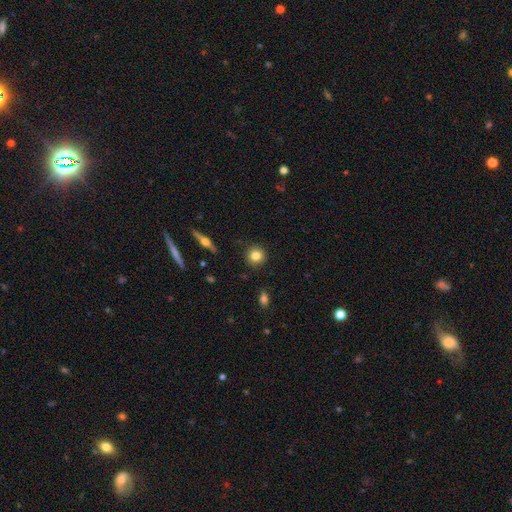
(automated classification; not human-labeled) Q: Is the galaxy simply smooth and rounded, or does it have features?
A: smooth — 81%.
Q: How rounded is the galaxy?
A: round — 91%.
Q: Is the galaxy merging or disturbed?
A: none — 89%.